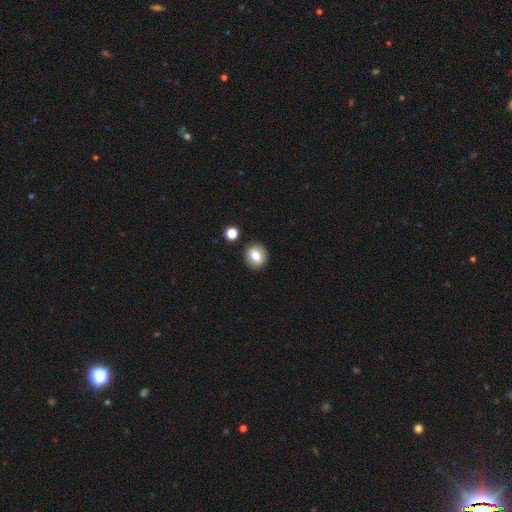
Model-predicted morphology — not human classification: smooth-or-featured: smooth: 77% | featured or disk: 13% | star or artifact: 10%
  how-rounded: round: 80% | in between: 19% | cigar-shaped: 1%
  merging: none: 89% | minor disturbance: 7% | merger: 3% | major disturbance: 2%